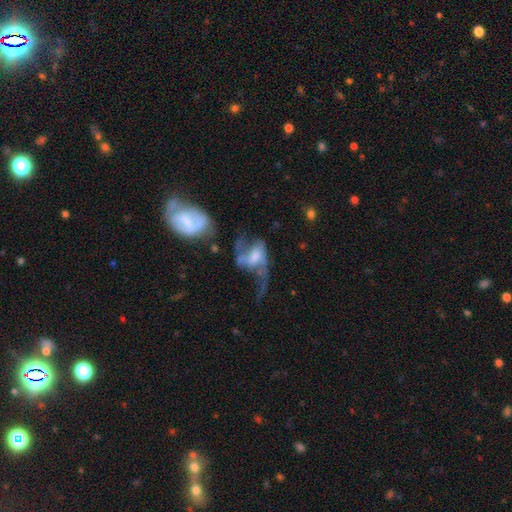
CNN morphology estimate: This is likely a featured or disk galaxy (70%). It is clearly not viewed edge-on (95%). Bar: possibly no (53%). Spiral arm pattern: likely yes (72%). Central bulge: marginally moderate (41%). Merging: possibly major disturbance (48%).